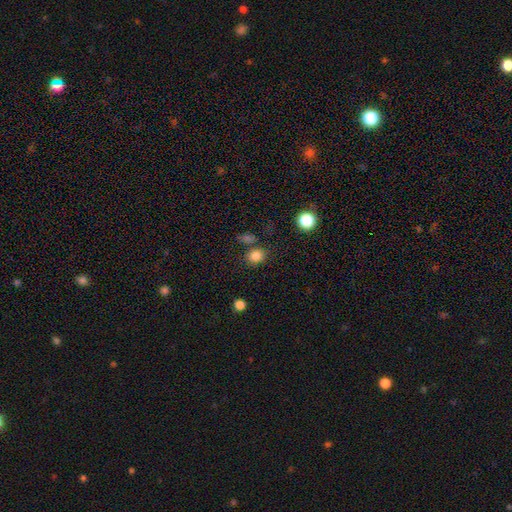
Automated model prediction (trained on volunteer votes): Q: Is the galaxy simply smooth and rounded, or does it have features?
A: smooth — 83%.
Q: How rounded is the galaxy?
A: round — 70%.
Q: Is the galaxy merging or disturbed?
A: none — 76%.